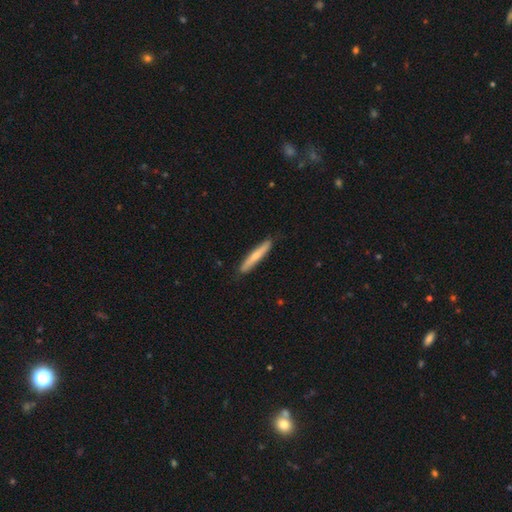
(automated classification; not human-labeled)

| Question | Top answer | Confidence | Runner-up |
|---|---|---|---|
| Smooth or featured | smooth | 61% | featured or disk (33%) |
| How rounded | cigar-shaped | 94% | in between (5%) |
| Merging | none | 87% | minor disturbance (11%) |